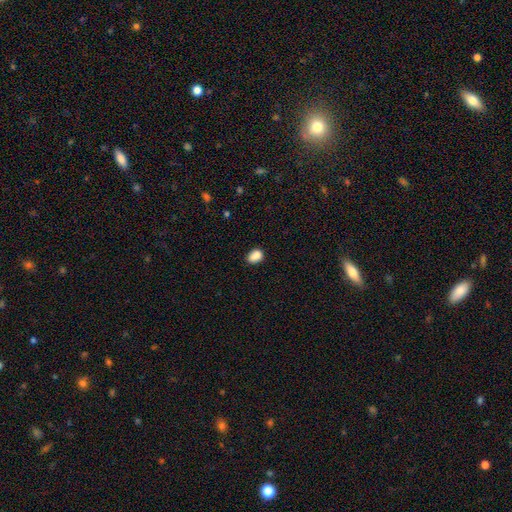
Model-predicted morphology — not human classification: Overall: smooth (86%). How rounded: in between (69%; round 30%). Merging: none (73%).